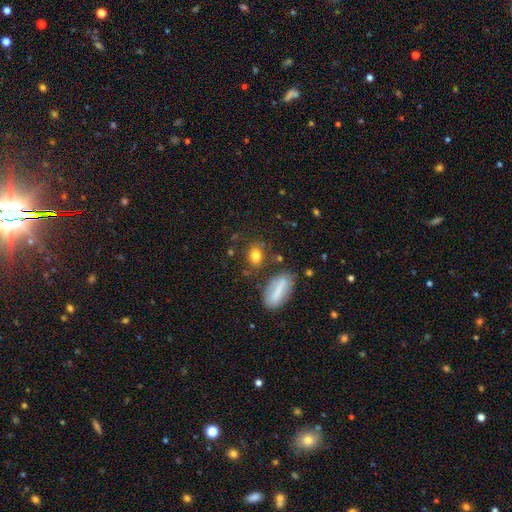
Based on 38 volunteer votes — Volunteers were most divided on "how rounded": in between: 59%, round: 31%, cigar-shaped: 9%. More confident: smooth or featured — smooth (84%); merging — none (74%).